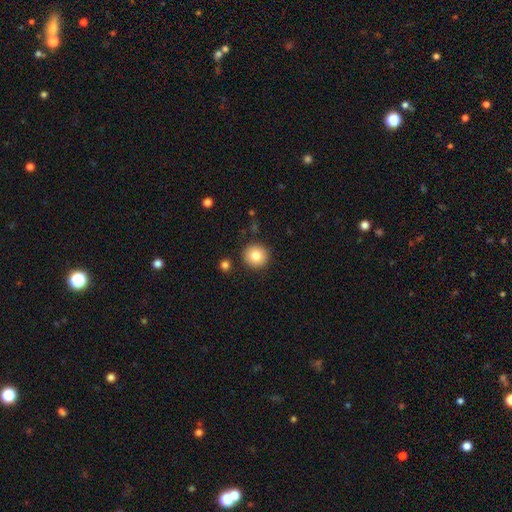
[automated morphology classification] This is clearly a smooth galaxy (84%). How rounded: clearly round (92%). Merging: clearly none (89%).